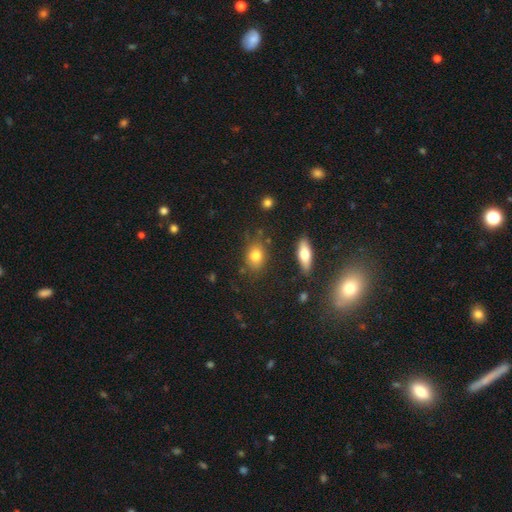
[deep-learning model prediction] smooth-or-featured: smooth: 80% | featured or disk: 10% | star or artifact: 10%
  how-rounded: in between: 61% | round: 37% | cigar-shaped: 3%
  merging: none: 74% | minor disturbance: 16% | merger: 5% | major disturbance: 5%